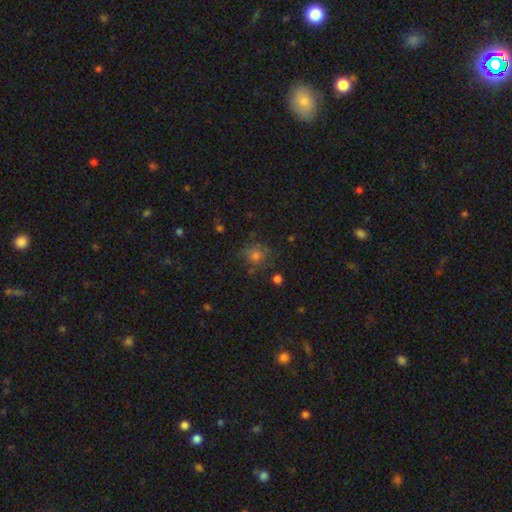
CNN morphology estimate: smooth_or_featured: smooth (p=0.67) [alt: star or artifact p=0.20]
how_rounded: round (p=0.73) [alt: in between p=0.26]
merging: none (p=0.67) [alt: minor disturbance p=0.19]